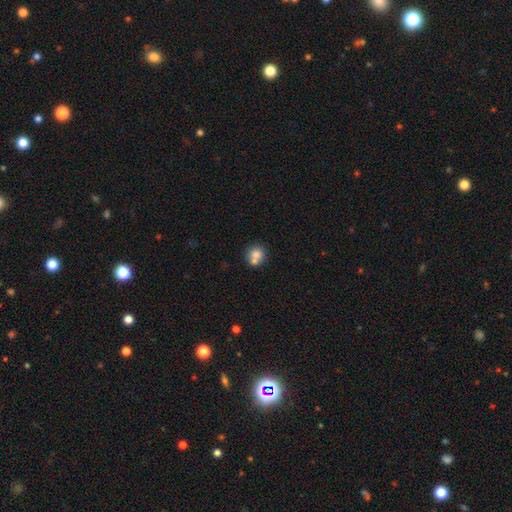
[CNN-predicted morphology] Overall: smooth (77%). How rounded: round (85%). Merging: none (49%; merger 38%).